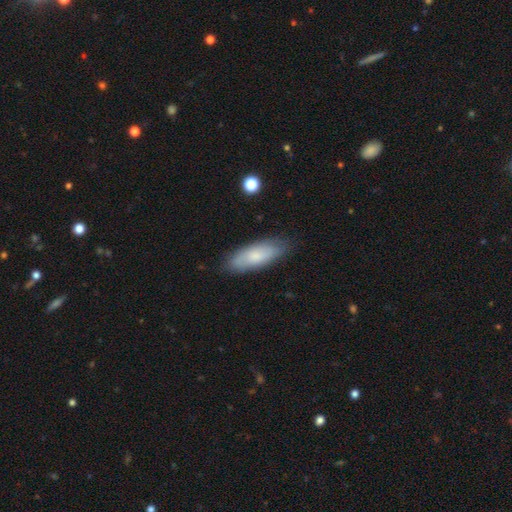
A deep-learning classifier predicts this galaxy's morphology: The model was most divided on "how rounded": in between: 67%, cigar-shaped: 31%, round: 2%. More confident: merging — none (80%); smooth or featured — smooth (73%).